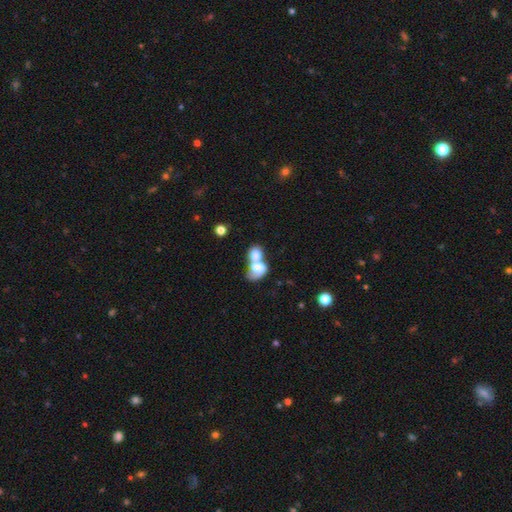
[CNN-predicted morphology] Overall: smooth (67%). How rounded: in between (66%; round 33%). Merging: merger (77%).